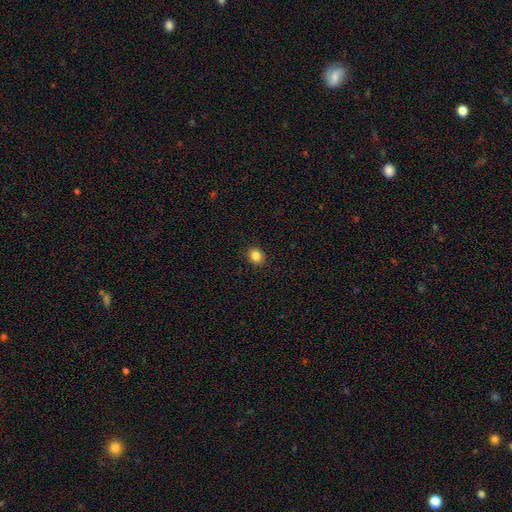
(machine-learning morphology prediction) smooth_or_featured: smooth (p=0.85) [alt: star or artifact p=0.11]
how_rounded: round (p=0.69) [alt: in between p=0.30]
merging: none (p=0.91) [alt: minor disturbance p=0.06]